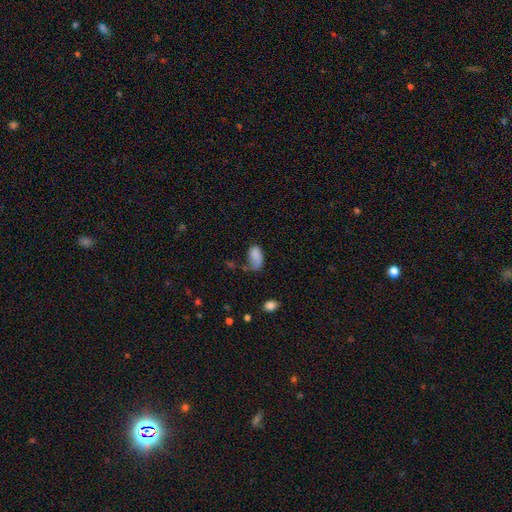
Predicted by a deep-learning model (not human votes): Overall: smooth (81%). How rounded: in between (93%). Merging: none (37%; minor disturbance 32%).